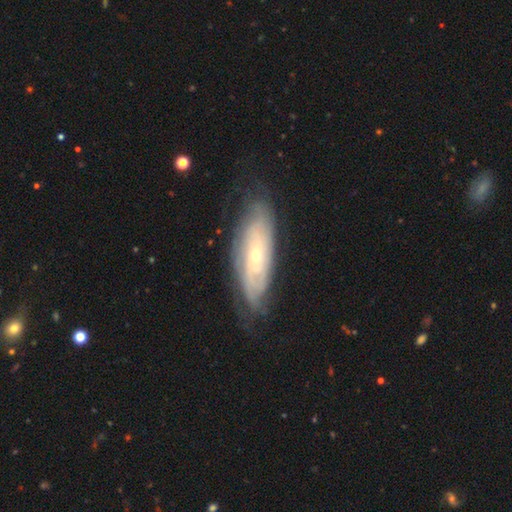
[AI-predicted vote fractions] The model was most divided on "bulge size": small: 69%, moderate: 27%, large: 1%, none: 1%, dominant: 1%. More confident: spiral arms — yes (83%); edge-on disk — no (83%); bar — no (77%); smooth or featured — featured or disk (73%); merging — none (70%).